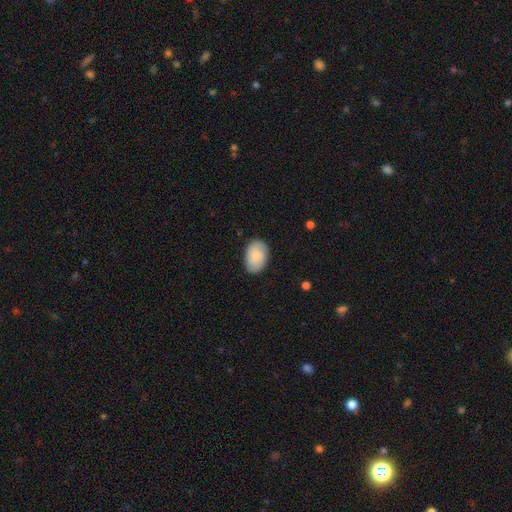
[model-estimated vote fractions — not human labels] A smooth galaxy with no disk features (76%) that is in between round and cigar-shaped (89%).

Vote fractions:
- Smooth or featured? smooth: 76% / featured or disk: 18% / star or artifact: 6%
- How rounded? in between: 89% / round: 10% / cigar-shaped: 1%
- Merging? none: 82% / minor disturbance: 14% / major disturbance: 3% / merger: 1%